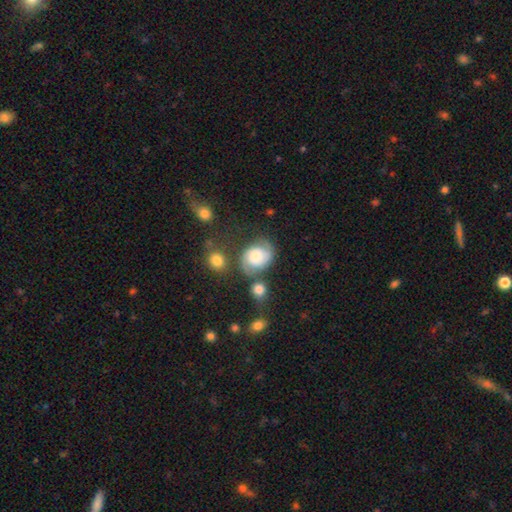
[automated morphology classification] Q: Smooth or featured?
A: featured or disk (50%); runner-up: smooth (41%)
Q: Merging?
A: none (53%); runner-up: minor disturbance (22%)